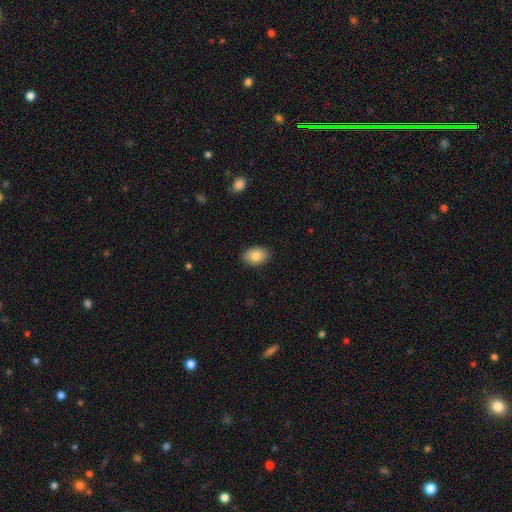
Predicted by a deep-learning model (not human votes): Smooth or featured? smooth (84%)
How rounded? in between (85%)
Merging? none (88%)